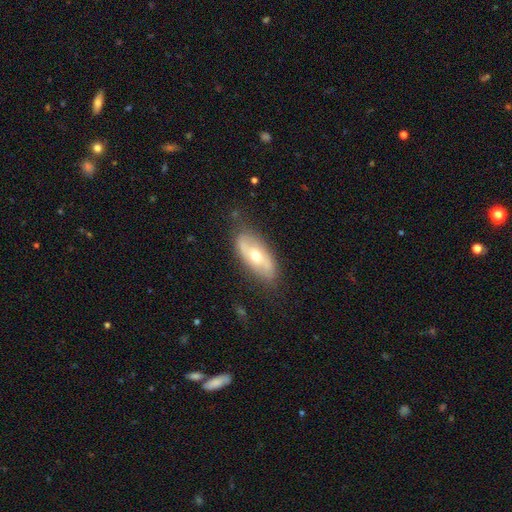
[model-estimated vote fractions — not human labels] Smooth or featured? Predicted: featured or disk (p=0.57). Edge-on disk? Predicted: no (p=0.84). Merging? Predicted: none (p=0.75).